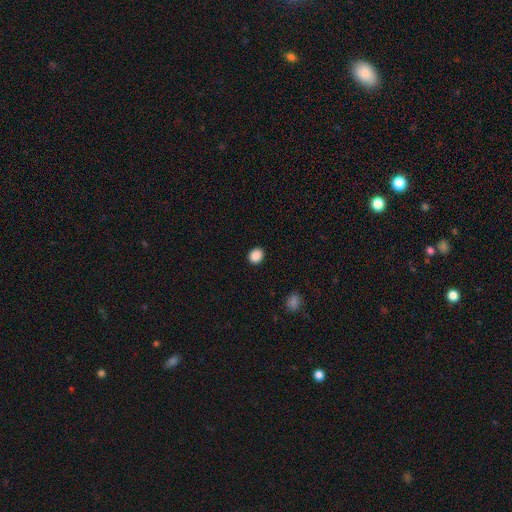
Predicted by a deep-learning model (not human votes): Q: Smooth or featured?
A: smooth (89%); runner-up: star or artifact (9%)
Q: How rounded?
A: round (59%); runner-up: in between (40%)
Q: Merging?
A: none (91%); runner-up: minor disturbance (6%)